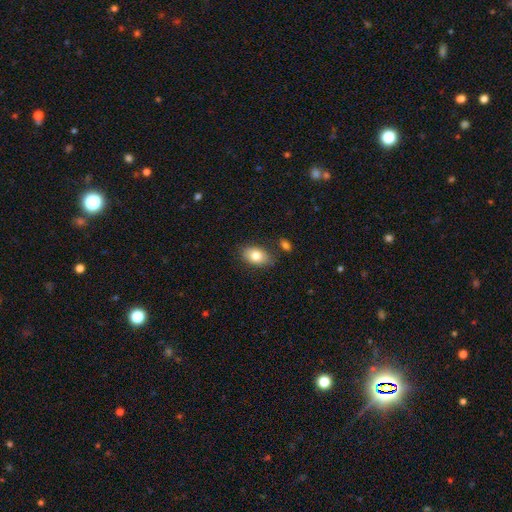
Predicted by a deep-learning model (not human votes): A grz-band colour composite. It shows a smooth galaxy with no disk features (80%) that is in between round and cigar-shaped (87%). Merging: none (78%).